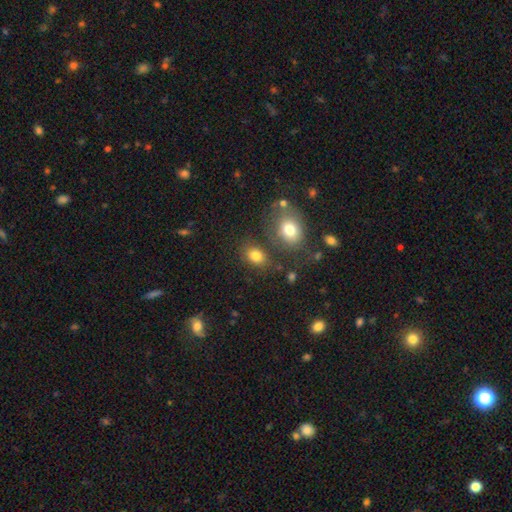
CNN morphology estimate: Overall: smooth (79%). How rounded: in between (68%; round 31%). Merging: none (71%).